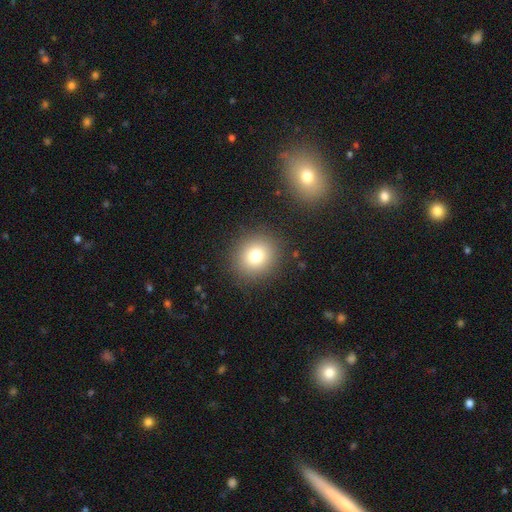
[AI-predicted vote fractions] Morphology: type=smooth (78%); roundness=round (84%); merging=none (88%).